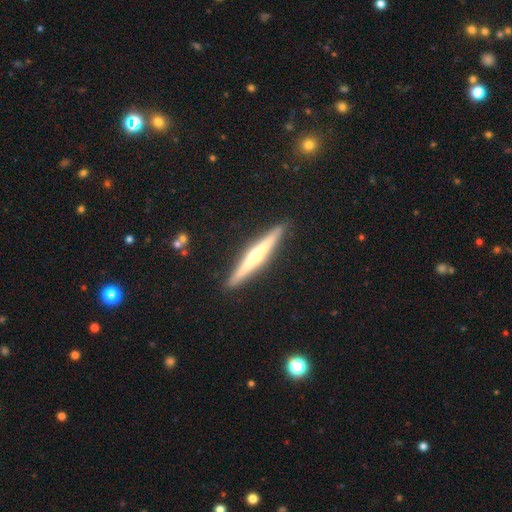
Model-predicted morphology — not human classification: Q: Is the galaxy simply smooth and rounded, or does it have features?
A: featured or disk — 70%.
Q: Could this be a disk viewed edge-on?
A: yes — 97%.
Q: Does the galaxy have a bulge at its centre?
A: rounded — 82%.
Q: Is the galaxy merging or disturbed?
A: none — 91%.